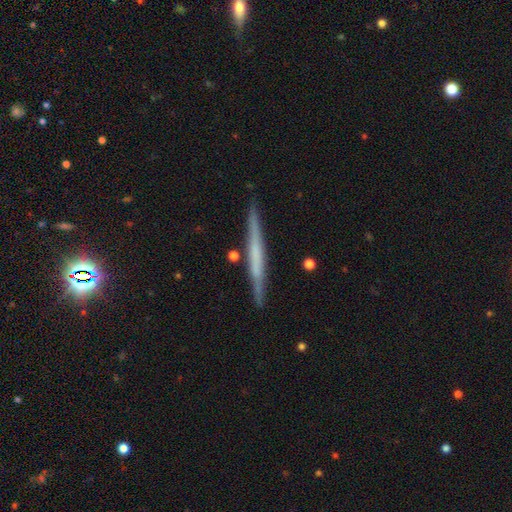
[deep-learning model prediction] A featured or disk galaxy (54%) viewed edge-on (96%) with no central bulge (80%). Merging: none (88%).